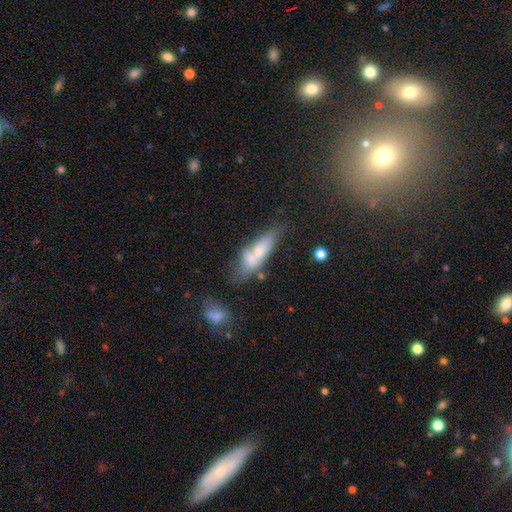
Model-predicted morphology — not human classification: Smooth or featured? Predicted: smooth (p=0.53). How rounded? Predicted: cigar-shaped (p=0.49). Merging? Predicted: none (p=0.42).